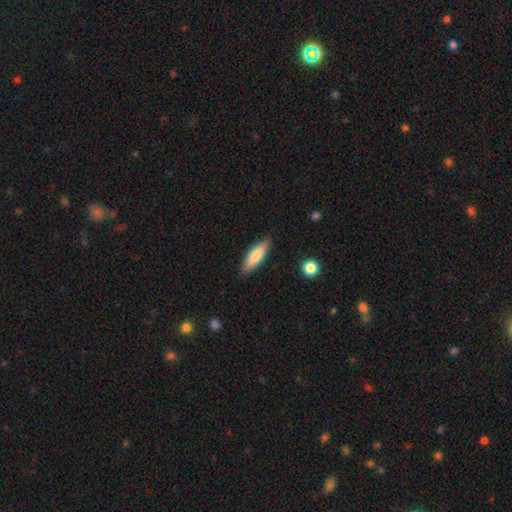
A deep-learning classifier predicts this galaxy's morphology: A smooth galaxy with no disk features (77%) that is cigar-shaped (52%).

Vote fractions:
- Smooth or featured? smooth: 77% / featured or disk: 18% / star or artifact: 6%
- How rounded? cigar-shaped: 52% / in between: 47% / round: 2%
- Merging? none: 85% / minor disturbance: 11% / major disturbance: 2% / merger: 1%